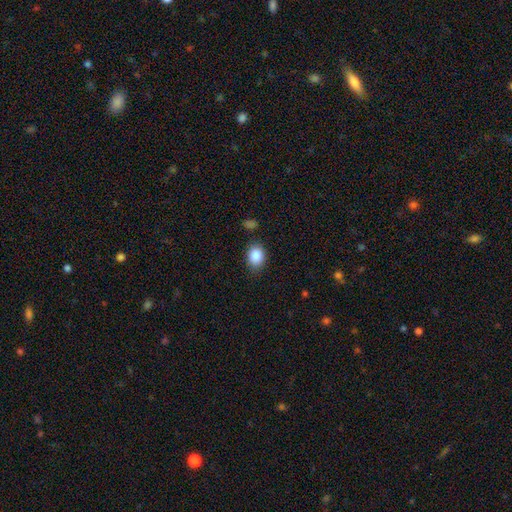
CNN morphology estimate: smooth 87%, star or artifact 9%, featured or disk 5%. Down the decision tree: how rounded — in between (59%); merging — none (80%).